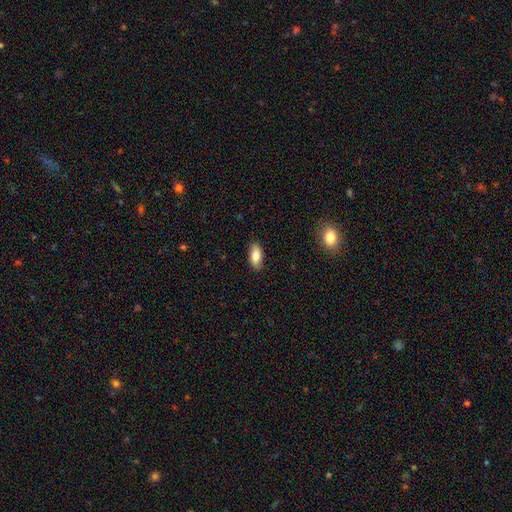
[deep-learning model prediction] This is clearly a smooth galaxy (83%). How rounded: clearly in between (88%). Merging: clearly none (87%).